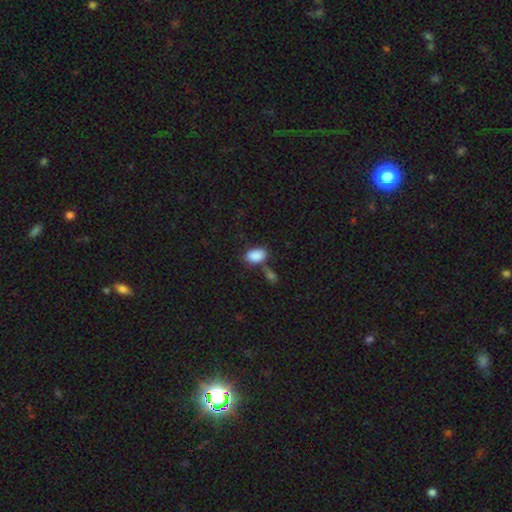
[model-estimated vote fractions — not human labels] This is clearly a smooth galaxy (88%). How rounded: clearly in between (91%). Merging: possibly none (60%).